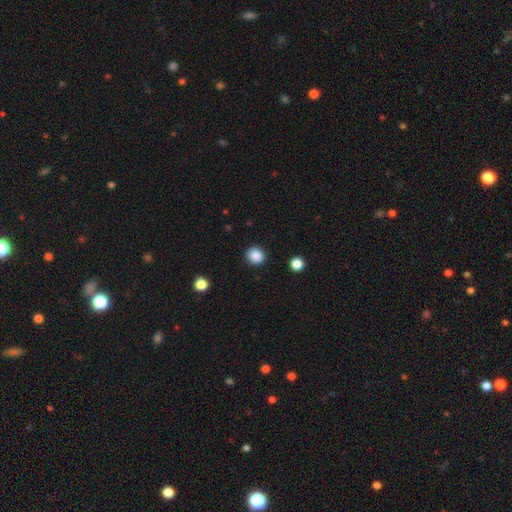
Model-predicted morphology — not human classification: smooth 87%, star or artifact 10%, featured or disk 3%. Down the decision tree: how rounded — round (85%); merging — none (91%).